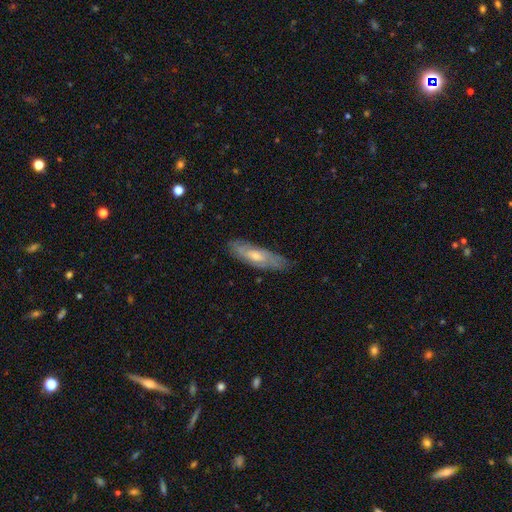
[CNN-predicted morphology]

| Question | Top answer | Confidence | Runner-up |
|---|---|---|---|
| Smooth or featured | featured or disk | 53% | smooth (41%) |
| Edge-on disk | no | 64% | yes (36%) |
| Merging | none | 76% | minor disturbance (19%) |